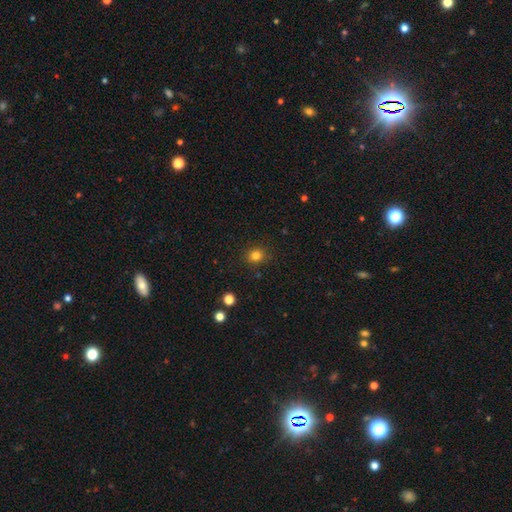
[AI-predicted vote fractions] smooth_or_featured: smooth (p=0.81) [alt: star or artifact p=0.14]
how_rounded: round (p=0.81) [alt: in between p=0.18]
merging: none (p=0.88) [alt: minor disturbance p=0.08]